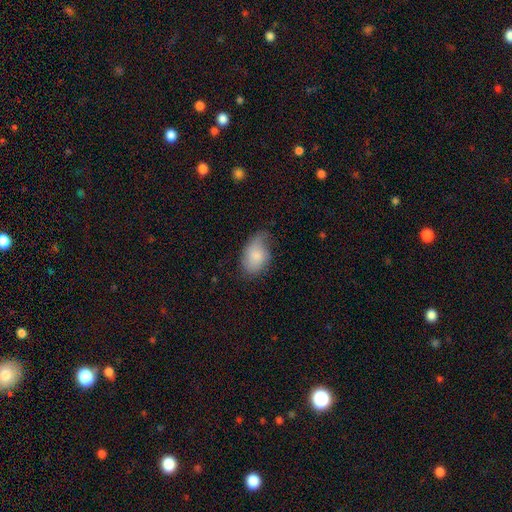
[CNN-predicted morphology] smooth_or_featured: smooth (p=0.76) [alt: featured or disk p=0.17]
how_rounded: in between (p=0.88) [alt: round p=0.10]
merging: none (p=0.41) [alt: minor disturbance p=0.39]